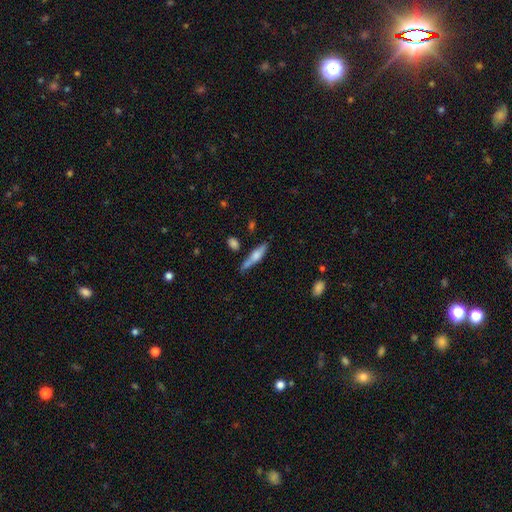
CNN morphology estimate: Smooth or featured? smooth (53%)
How rounded? cigar-shaped (78%)
Merging? none (70%)